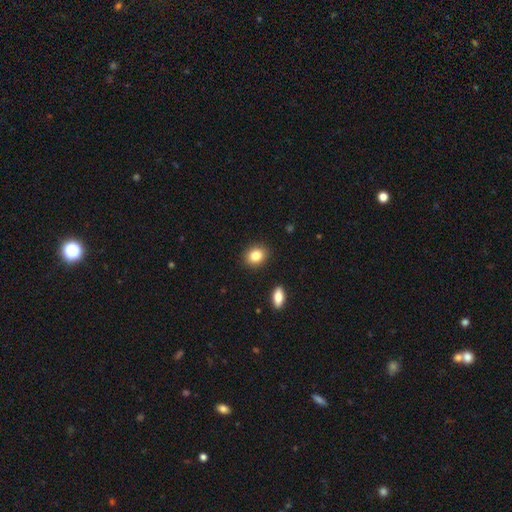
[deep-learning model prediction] A smooth galaxy with no disk features (84%) that is round (57%). Merging: none (89%).